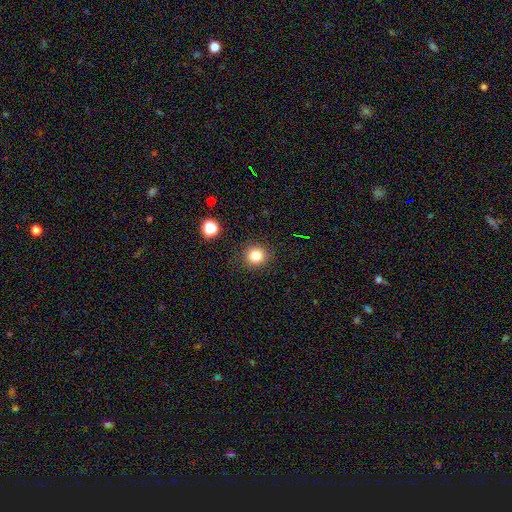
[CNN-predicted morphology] The model was most divided on "smooth or featured": smooth: 81%, star or artifact: 13%, featured or disk: 6%. More confident: how rounded — round (90%); merging — none (89%).